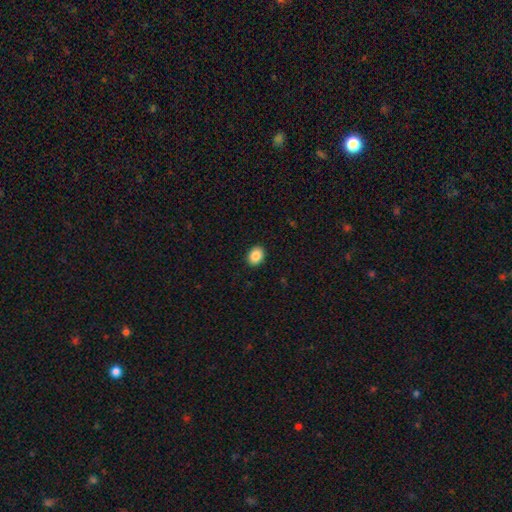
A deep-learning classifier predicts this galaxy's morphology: This is clearly a smooth galaxy (88%). How rounded: likely in between (64%). Merging: clearly none (91%).